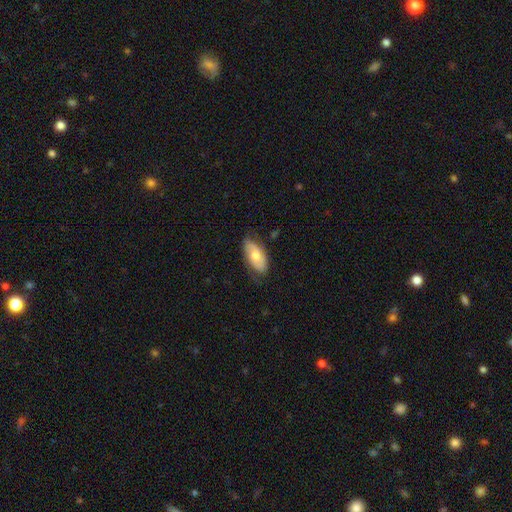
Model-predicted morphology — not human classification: smooth_or_featured: smooth (p=0.62) [alt: featured or disk p=0.32]
how_rounded: in between (p=0.92) [alt: cigar-shaped p=0.05]
merging: none (p=0.70) [alt: minor disturbance p=0.24]